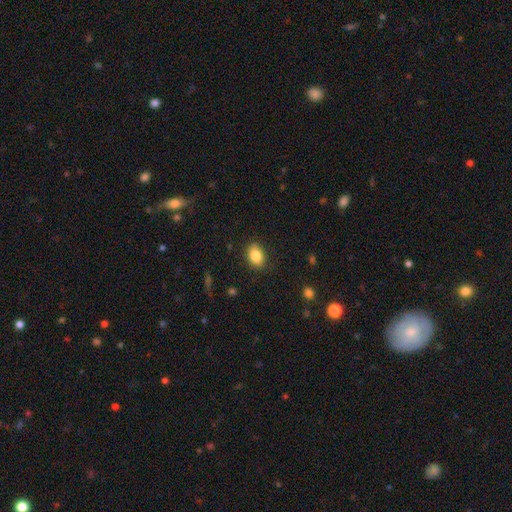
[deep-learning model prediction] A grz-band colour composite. It shows a smooth galaxy with no disk features (84%) that is in between round and cigar-shaped (77%). Merging: none (86%).